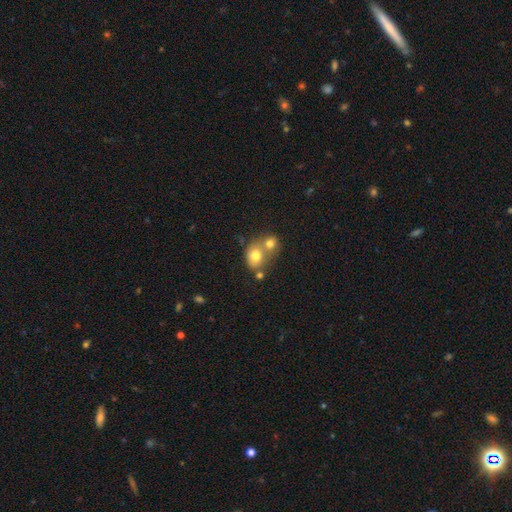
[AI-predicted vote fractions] A smooth galaxy with no disk features (74%) that is round (59%).

Vote fractions:
- Smooth or featured? smooth: 74% / featured or disk: 16% / star or artifact: 10%
- How rounded? round: 59% / in between: 40% / cigar-shaped: 1%
- Merging? merger: 58% / none: 29% / minor disturbance: 8% / major disturbance: 4%